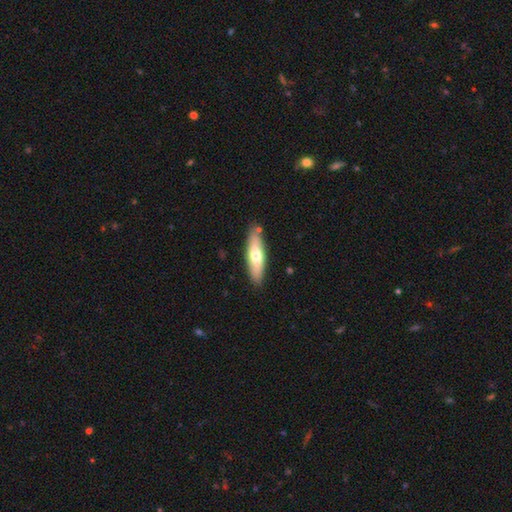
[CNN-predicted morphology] This appears to be a smooth galaxy with no disk features (60%) that is cigar-shaped (59%). Merging: none (84%).